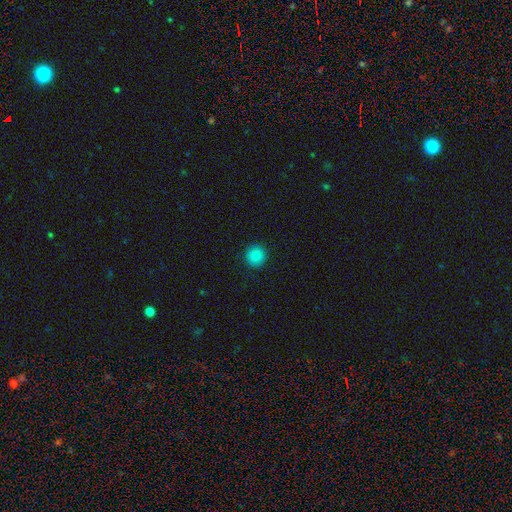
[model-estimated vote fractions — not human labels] Smooth or featured? smooth (87%)
How rounded? round (94%)
Merging? none (92%)